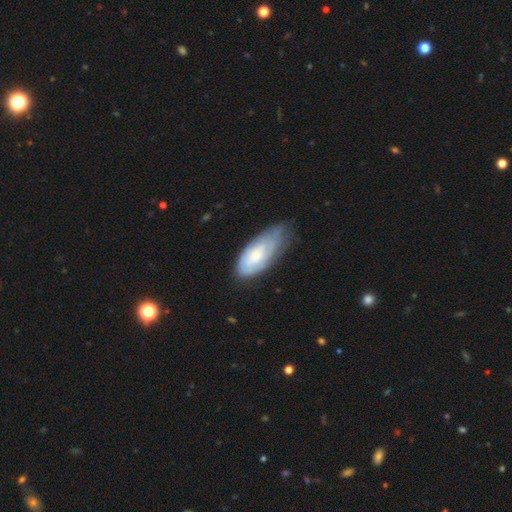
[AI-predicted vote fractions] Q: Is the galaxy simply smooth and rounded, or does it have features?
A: smooth — 54%.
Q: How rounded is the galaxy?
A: in between — 82%.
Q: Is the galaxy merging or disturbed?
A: none — 46%.